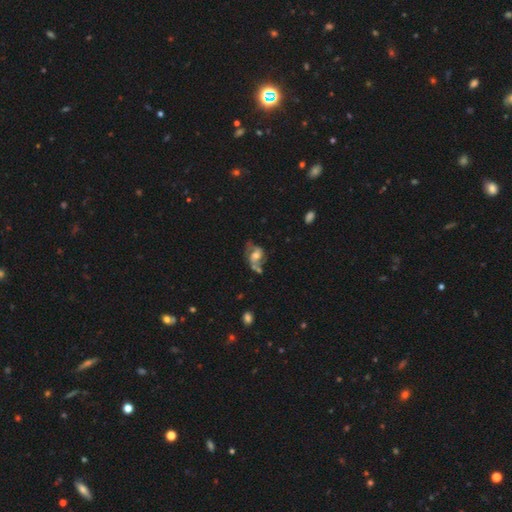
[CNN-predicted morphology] Smooth or featured? Predicted: featured or disk (p=0.71). Edge-on disk? Predicted: no (p=0.97). Bar? Predicted: no (p=0.49). Spiral arms? Predicted: yes (p=0.81). Spiral winding? Predicted: medium (p=0.45). Spiral arm count? Predicted: 2 (p=0.80). Bulge size? Predicted: moderate (p=0.61). Merging? Predicted: none (p=0.44).